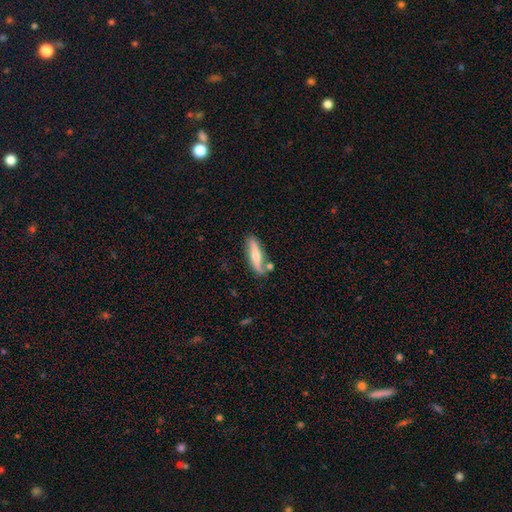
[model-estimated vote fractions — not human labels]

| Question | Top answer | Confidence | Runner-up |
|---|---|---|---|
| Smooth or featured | featured or disk | 49% | smooth (45%) |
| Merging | none | 71% | minor disturbance (17%) |